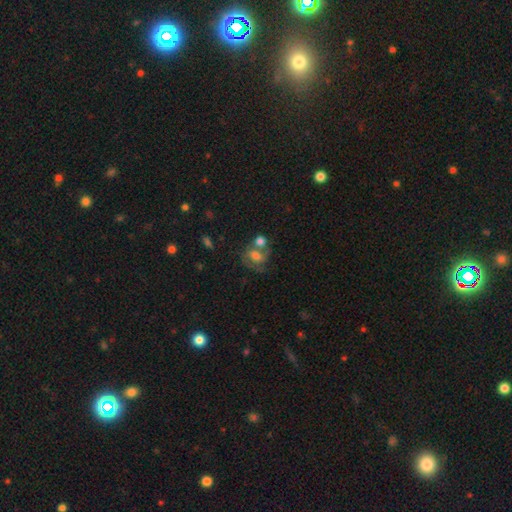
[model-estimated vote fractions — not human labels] The model was most divided on "merging": merger: 38%, none: 36%, minor disturbance: 15%, major disturbance: 10%. Remaining: smooth or featured — featured or disk (48%).